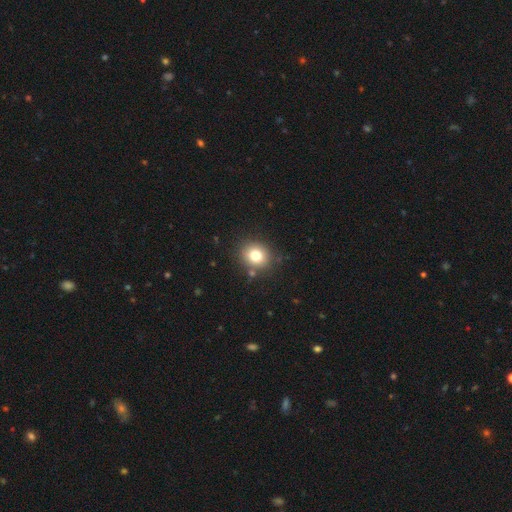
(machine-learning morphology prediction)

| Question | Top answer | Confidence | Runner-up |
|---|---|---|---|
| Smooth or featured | smooth | 79% | star or artifact (12%) |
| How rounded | round | 74% | in between (25%) |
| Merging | none | 84% | minor disturbance (9%) |